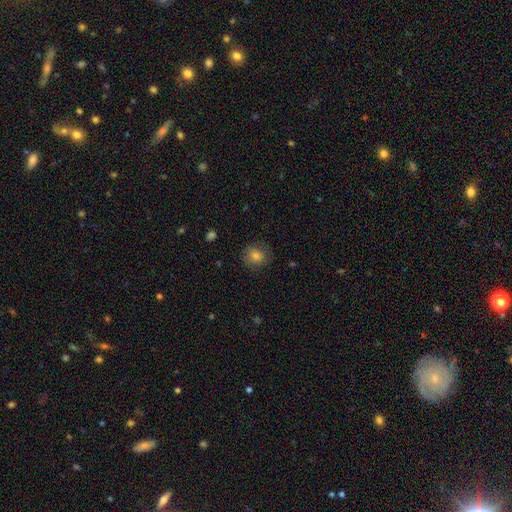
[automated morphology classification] A smooth galaxy with no disk features (72%) that is round (85%). Merging: none (83%).